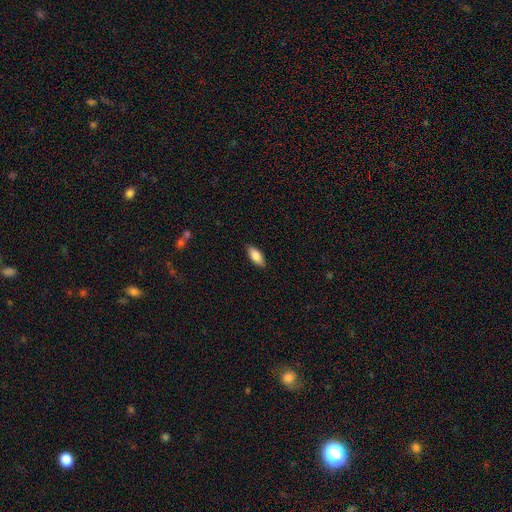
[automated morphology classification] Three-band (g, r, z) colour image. It shows a smooth galaxy with no disk features (85%) that is in between round and cigar-shaped (82%). Merging: none (88%).